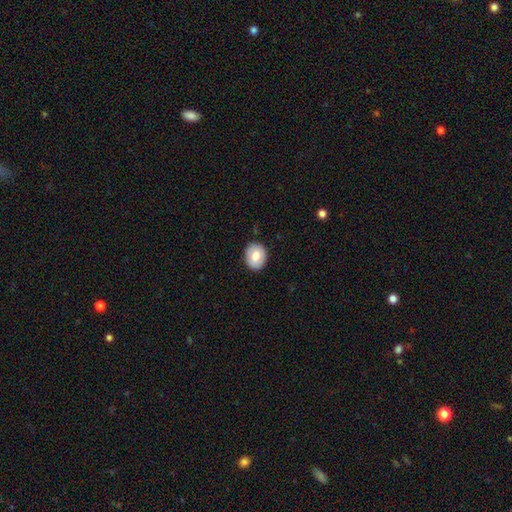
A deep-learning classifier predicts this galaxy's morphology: smooth-or-featured: smooth: 73% | featured or disk: 20% | star or artifact: 7%
  how-rounded: round: 58% | in between: 42% | cigar-shaped: 1%
  merging: none: 88% | minor disturbance: 9% | major disturbance: 2% | merger: 1%